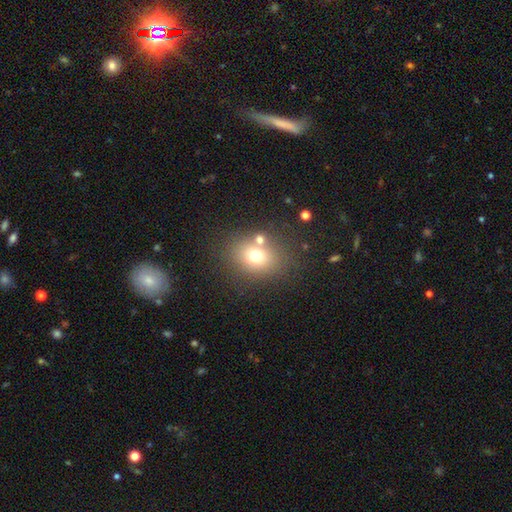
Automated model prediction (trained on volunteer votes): This is likely a smooth galaxy (70%). How rounded: possibly round (51%). Merging: likely none (68%).